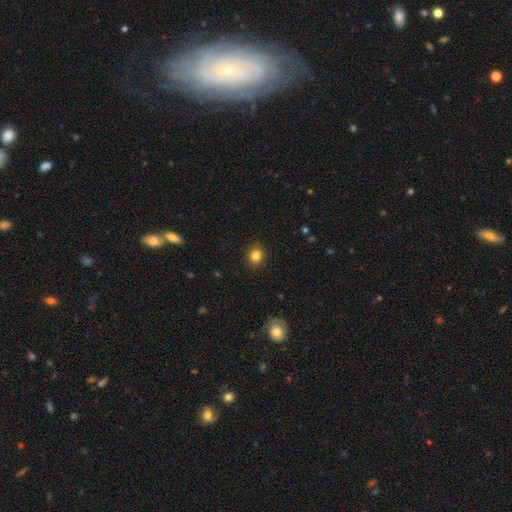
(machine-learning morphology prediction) Smooth or featured? Predicted: smooth (p=0.82). How rounded? Predicted: round (p=0.81). Merging? Predicted: none (p=0.90).